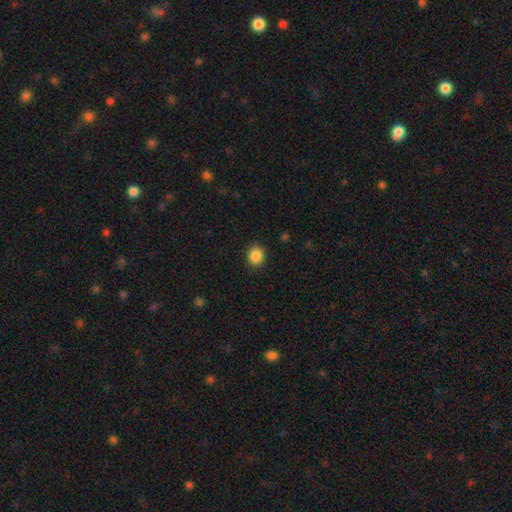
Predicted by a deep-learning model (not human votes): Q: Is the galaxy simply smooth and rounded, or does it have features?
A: smooth — 88%.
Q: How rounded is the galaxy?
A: round — 62%.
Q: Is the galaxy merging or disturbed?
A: none — 88%.